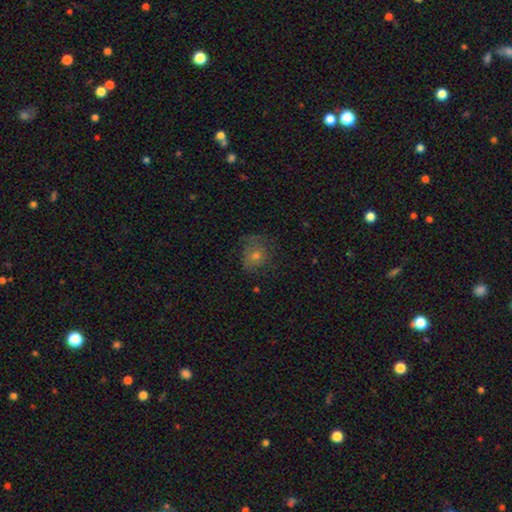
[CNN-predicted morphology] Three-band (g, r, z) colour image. It shows a smooth galaxy with no disk features (56%) that is round (68%). Merging: none (60%).